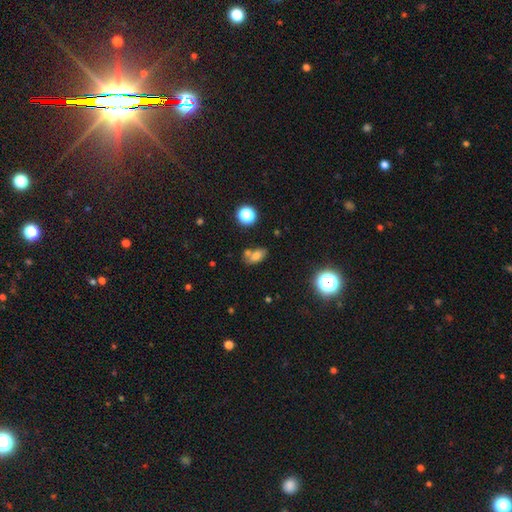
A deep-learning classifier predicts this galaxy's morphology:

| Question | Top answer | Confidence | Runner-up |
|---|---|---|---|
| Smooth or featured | smooth | 68% | star or artifact (18%) |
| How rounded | in between | 82% | round (14%) |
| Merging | none | 55% | merger (26%) |